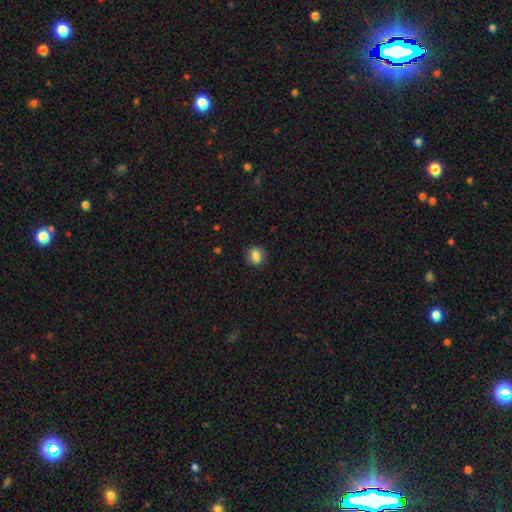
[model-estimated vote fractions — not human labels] Q: Smooth or featured?
A: smooth (82%); runner-up: star or artifact (9%)
Q: How rounded?
A: round (60%); runner-up: in between (39%)
Q: Merging?
A: none (87%); runner-up: minor disturbance (9%)